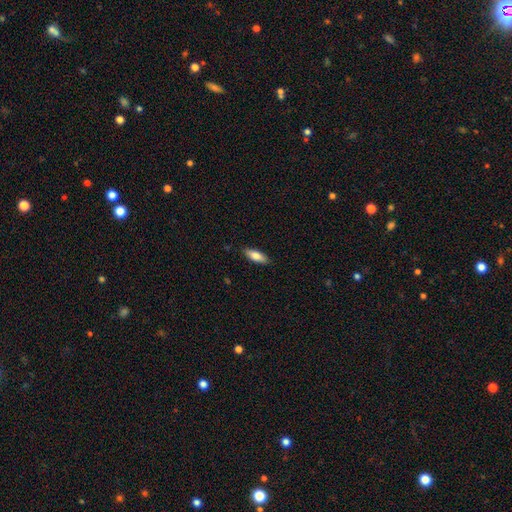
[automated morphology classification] A smooth galaxy with no disk features (78%) that is in between round and cigar-shaped (66%).

Vote fractions:
- Smooth or featured? smooth: 78% / featured or disk: 16% / star or artifact: 6%
- How rounded? in between: 66% / cigar-shaped: 33% / round: 2%
- Merging? none: 87% / minor disturbance: 10% / major disturbance: 2% / merger: 1%